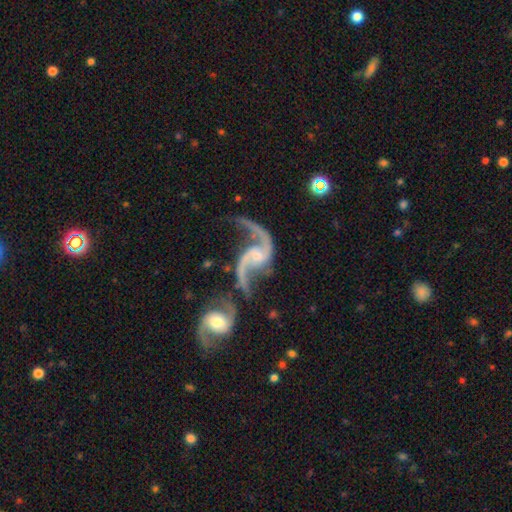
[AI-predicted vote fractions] This appears to be a featured or disk galaxy (92%) with no bar (51%), 2 (93%) loose (78%) spiral arms (97%) and a small central bulge (63%). Merging: none (40%).